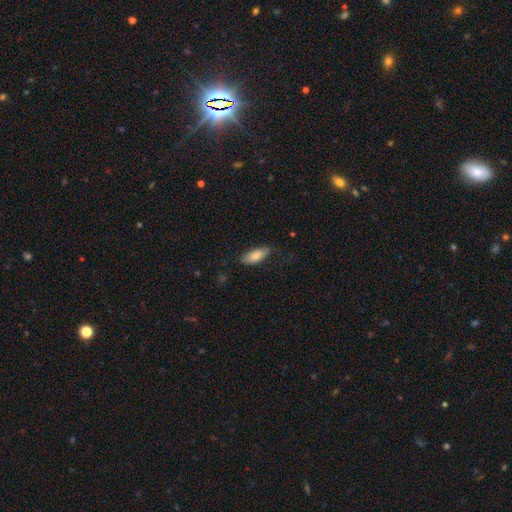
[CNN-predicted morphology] This appears to be a smooth galaxy with no disk features (81%) that is in between round and cigar-shaped (80%). Merging: none (69%).